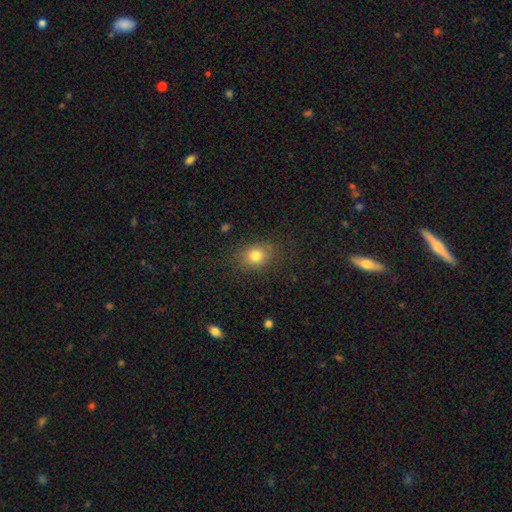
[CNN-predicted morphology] A smooth galaxy with no disk features (81%) that is round (52%). Merging: none (80%).